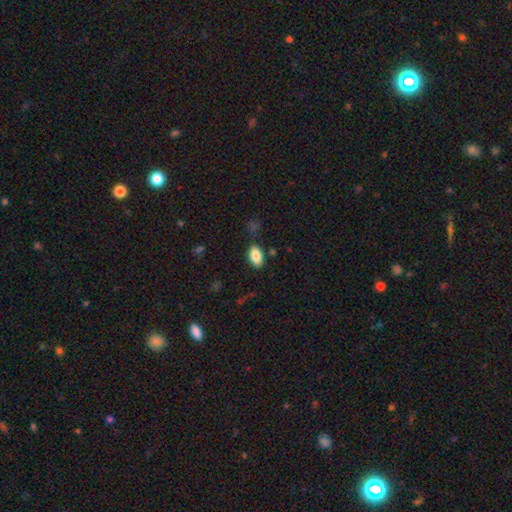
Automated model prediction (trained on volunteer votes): smooth-or-featured: smooth: 85% | star or artifact: 8% | featured or disk: 7%
  how-rounded: in between: 93% | round: 4% | cigar-shaped: 3%
  merging: none: 84% | minor disturbance: 11% | major disturbance: 3% | merger: 2%